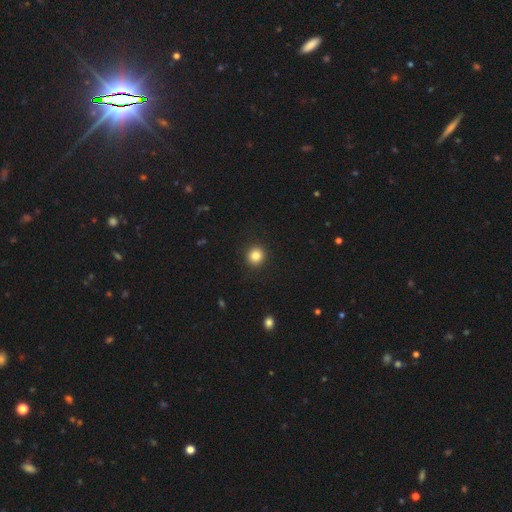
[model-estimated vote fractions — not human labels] The model was most divided on "smooth or featured": smooth: 85%, star or artifact: 11%, featured or disk: 5%. More confident: merging — none (92%); how rounded — round (90%).